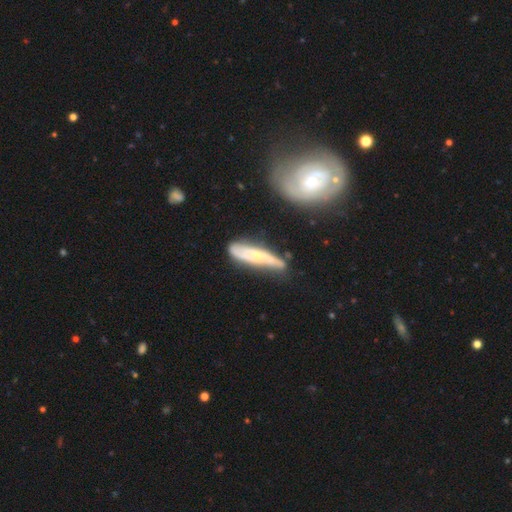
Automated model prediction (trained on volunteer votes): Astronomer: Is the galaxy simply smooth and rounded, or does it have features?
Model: featured or disk — 59% (runner-up: smooth, 35%).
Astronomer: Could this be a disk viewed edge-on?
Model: no — 51% (runner-up: yes, 49%).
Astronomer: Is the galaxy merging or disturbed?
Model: none — 54%.